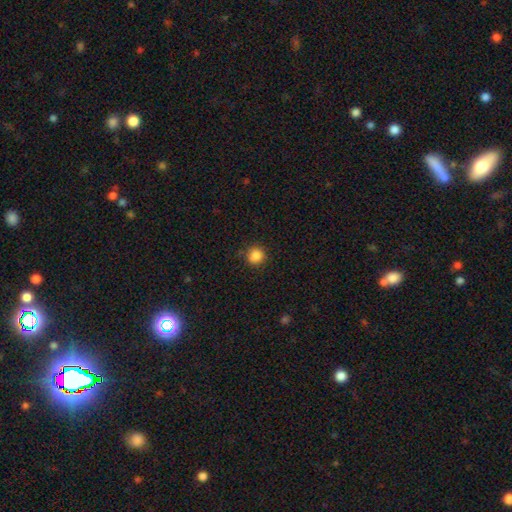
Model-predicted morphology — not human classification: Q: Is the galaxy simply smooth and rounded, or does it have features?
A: smooth — 86%.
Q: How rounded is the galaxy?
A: round — 87%.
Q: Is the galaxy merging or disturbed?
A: none — 84%.